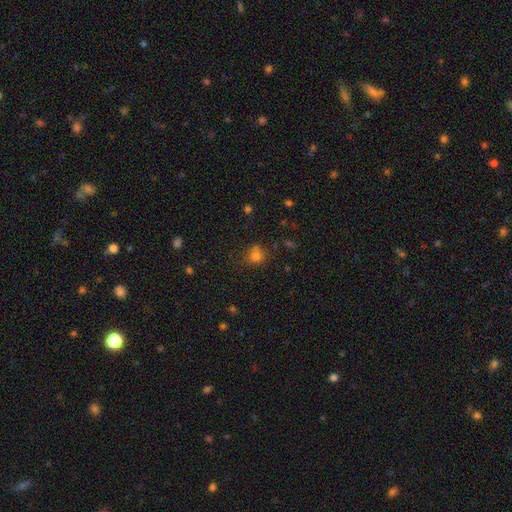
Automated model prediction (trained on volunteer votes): Morphology: type=smooth (72%); roundness=round (80%); merging=none (61%).